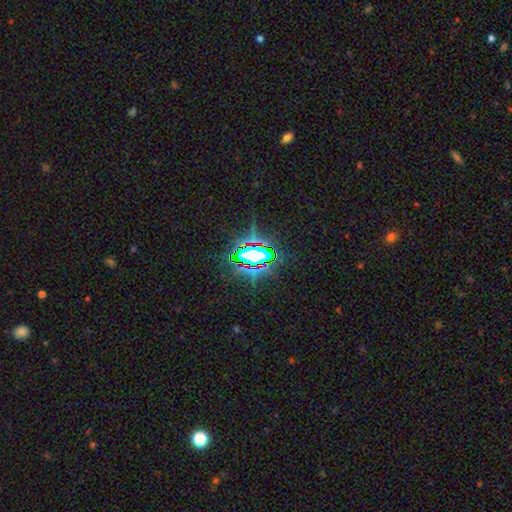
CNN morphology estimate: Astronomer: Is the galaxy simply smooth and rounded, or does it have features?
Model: star or artifact — 81%.